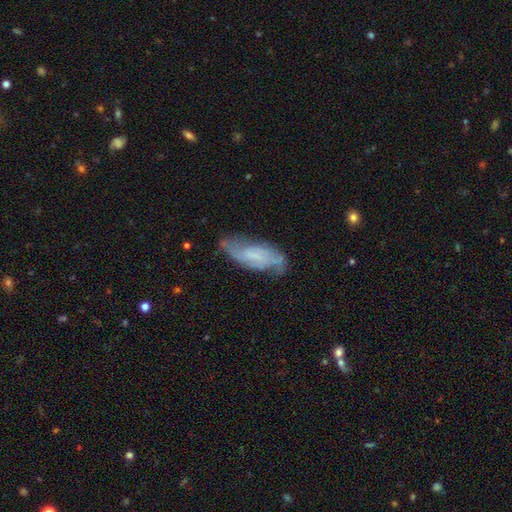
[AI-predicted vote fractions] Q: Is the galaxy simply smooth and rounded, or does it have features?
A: featured or disk — 59%.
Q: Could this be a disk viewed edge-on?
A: no — 86%.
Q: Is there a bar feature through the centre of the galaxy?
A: no — 50%.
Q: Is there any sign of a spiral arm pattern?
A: yes — 82%.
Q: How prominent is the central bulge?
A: none — 42%.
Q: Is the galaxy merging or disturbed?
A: none — 60%.